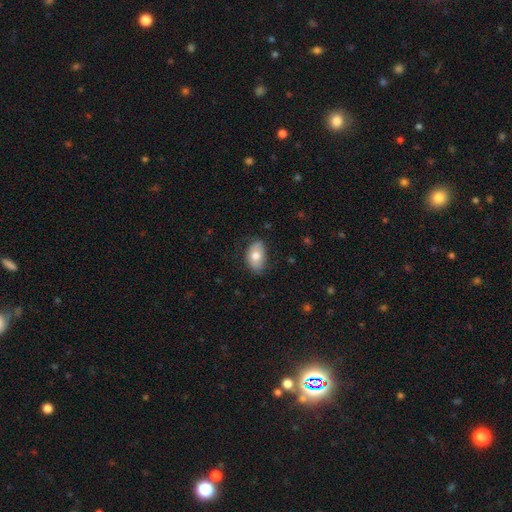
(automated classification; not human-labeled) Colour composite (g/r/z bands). It shows a smooth galaxy with no disk features (75%) that is in between round and cigar-shaped (91%). Merging: none (75%).